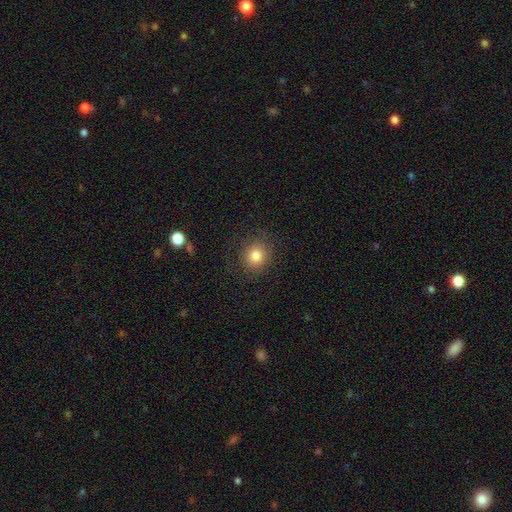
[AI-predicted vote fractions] A smooth galaxy with no disk features (81%) that is round (78%). Merging: none (84%).